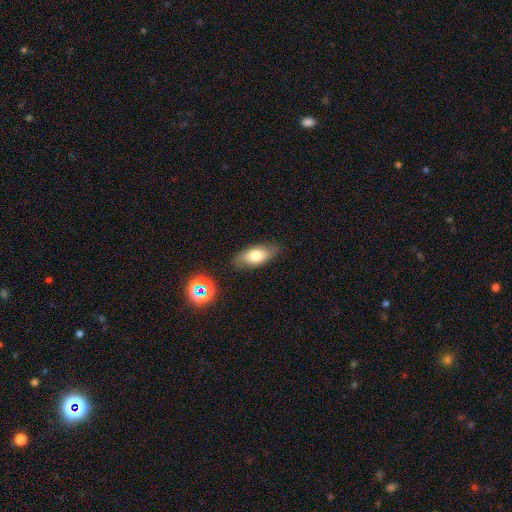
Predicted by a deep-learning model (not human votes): smooth_or_featured: smooth (p=0.72) [alt: featured or disk p=0.19]
how_rounded: in between (p=0.87) [alt: cigar-shaped p=0.08]
merging: none (p=0.79) [alt: minor disturbance p=0.16]